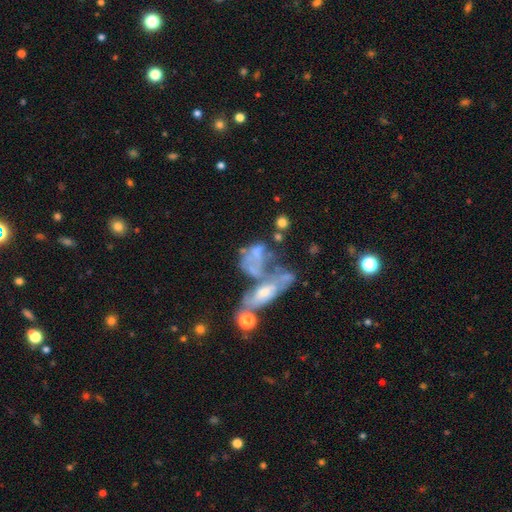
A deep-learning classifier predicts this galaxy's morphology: This is possibly a featured or disk galaxy (50%). Merging: possibly merger (54%).